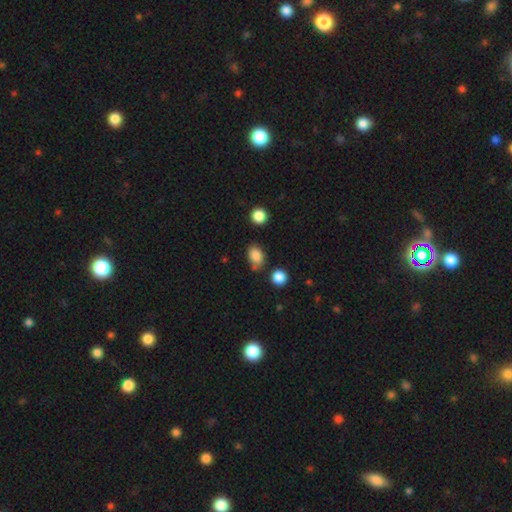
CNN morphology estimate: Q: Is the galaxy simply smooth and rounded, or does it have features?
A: smooth — 84%.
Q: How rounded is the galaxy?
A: in between — 72%.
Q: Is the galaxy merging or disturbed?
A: none — 69%.